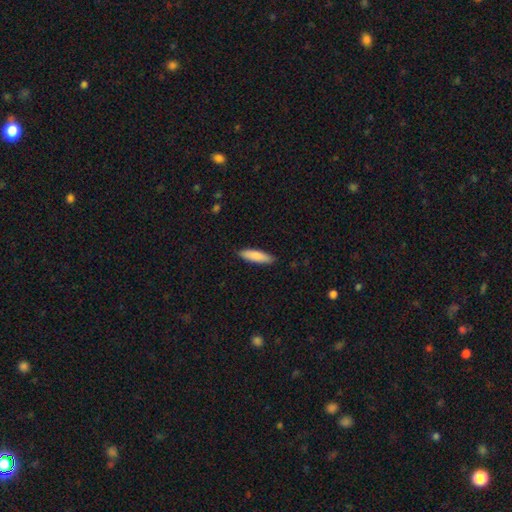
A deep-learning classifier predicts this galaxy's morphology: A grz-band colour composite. It shows a smooth galaxy with no disk features (87%) that is cigar-shaped (64%). Merging: none (88%).